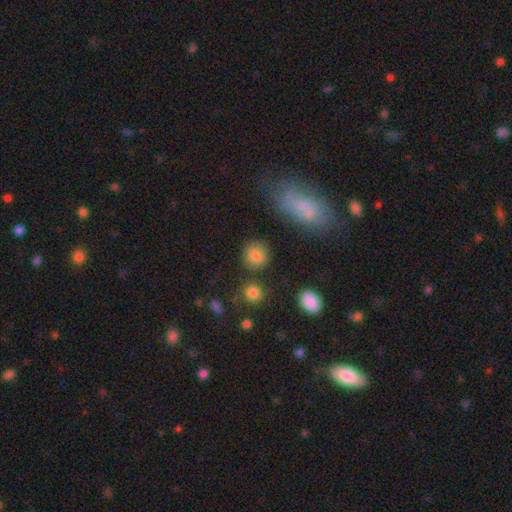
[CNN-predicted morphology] A smooth galaxy with no disk features (82%) that is round (84%).

Vote fractions:
- Smooth or featured? smooth: 82% / star or artifact: 10% / featured or disk: 8%
- How rounded? round: 84% / in between: 14% / cigar-shaped: 1%
- Merging? none: 82% / minor disturbance: 10% / merger: 5% / major disturbance: 4%